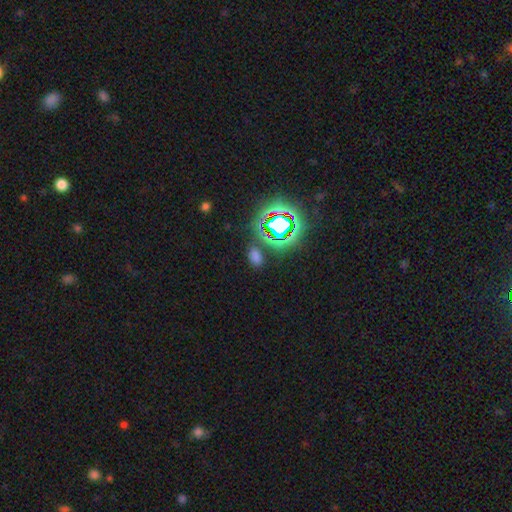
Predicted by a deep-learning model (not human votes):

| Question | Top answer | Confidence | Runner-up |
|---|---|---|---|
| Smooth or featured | smooth | 56% | star or artifact (36%) |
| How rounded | in between | 82% | round (15%) |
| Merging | none | 77% | minor disturbance (12%) |